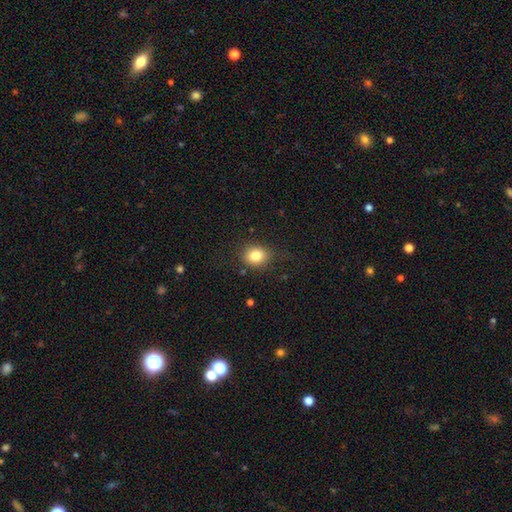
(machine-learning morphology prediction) Smooth or featured?
  - smooth: 82% *
  - star or artifact: 11%
  - featured or disk: 7%
How rounded?
  - round: 67% *
  - in between: 32%
  - cigar-shaped: 1%
Merging?
  - none: 81% *
  - minor disturbance: 13%
  - major disturbance: 4%
  - merger: 1%